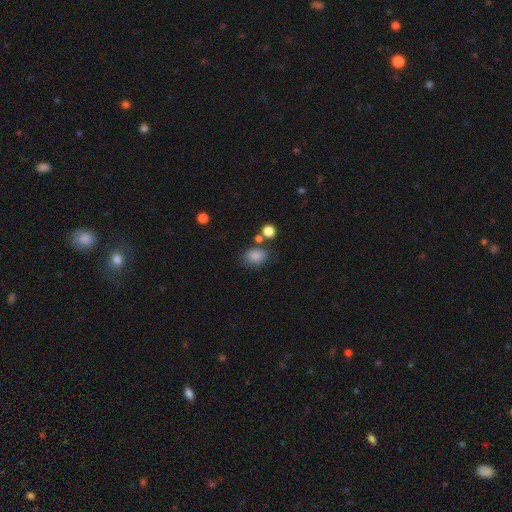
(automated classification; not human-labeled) Q: Smooth or featured?
A: smooth (84%); runner-up: star or artifact (11%)
Q: How rounded?
A: in between (64%); runner-up: round (35%)
Q: Merging?
A: none (71%); runner-up: minor disturbance (15%)